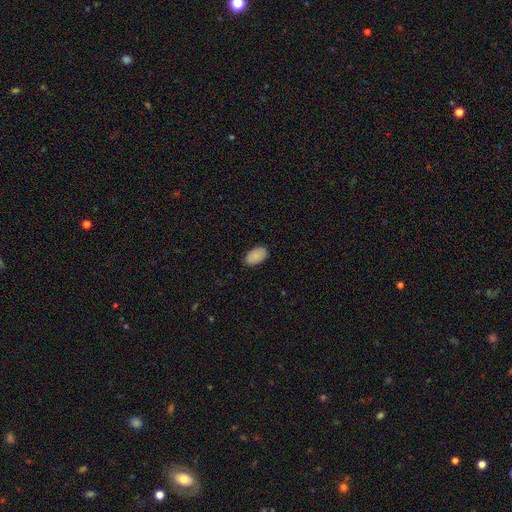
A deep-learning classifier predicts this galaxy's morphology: type=smooth (89%); roundness=in between (93%); merging=none (87%).